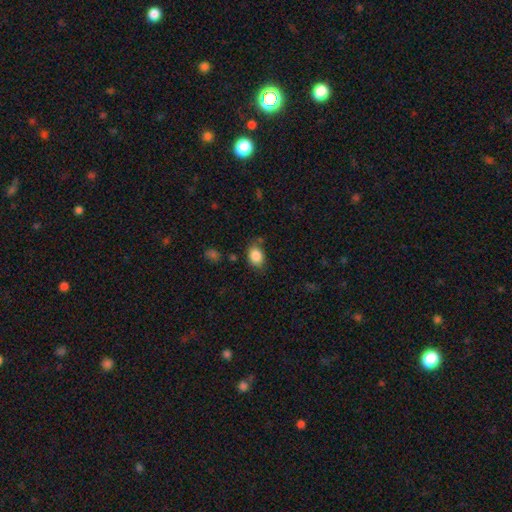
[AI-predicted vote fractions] Overall: smooth (86%). How rounded: in between (73%). Merging: none (73%).